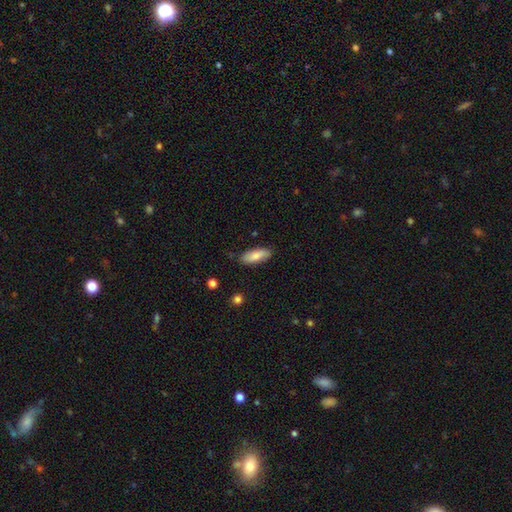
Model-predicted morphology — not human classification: type=smooth (79%); roundness=in between (76%); merging=none (84%).